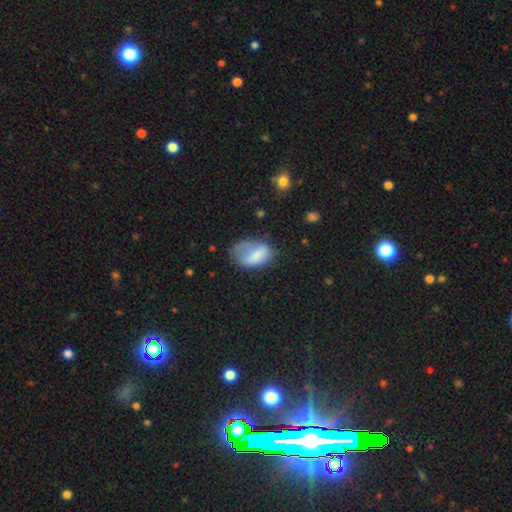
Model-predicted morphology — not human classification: type=smooth (73%); roundness=in between (87%); merging=none (39%).